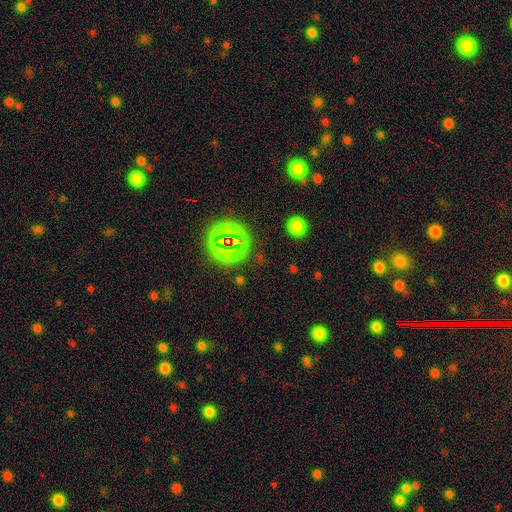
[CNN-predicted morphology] The model was most divided on "smooth or featured": star or artifact: 68%, smooth: 22%, featured or disk: 10%.